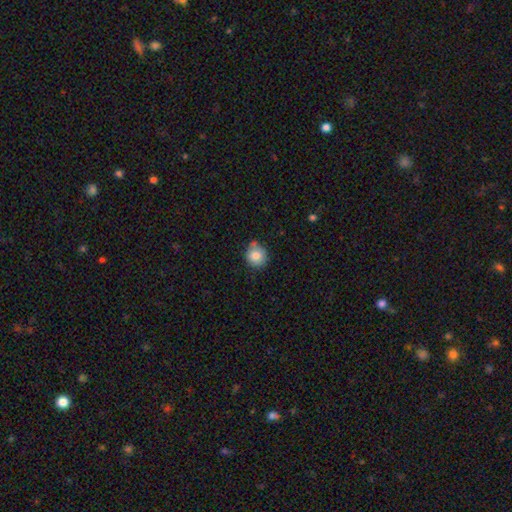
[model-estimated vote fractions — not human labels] A smooth galaxy with no disk features (81%) that is round (87%). Merging: none (68%).